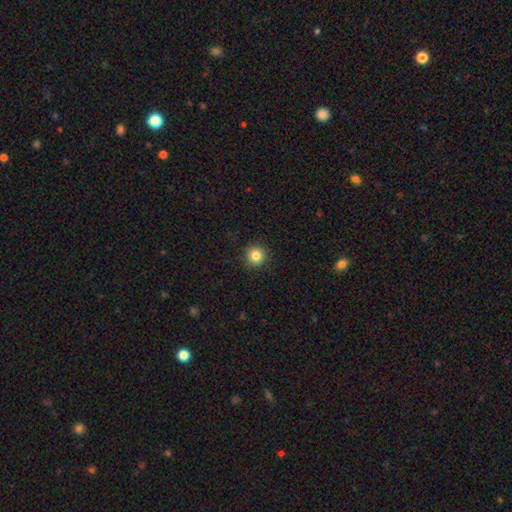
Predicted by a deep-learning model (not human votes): Smooth or featured?
  - smooth: 83% *
  - star or artifact: 11%
  - featured or disk: 6%
How rounded?
  - round: 94% *
  - in between: 5%
  - cigar-shaped: 1%
Merging?
  - none: 91% *
  - minor disturbance: 6%
  - major disturbance: 2%
  - merger: 1%